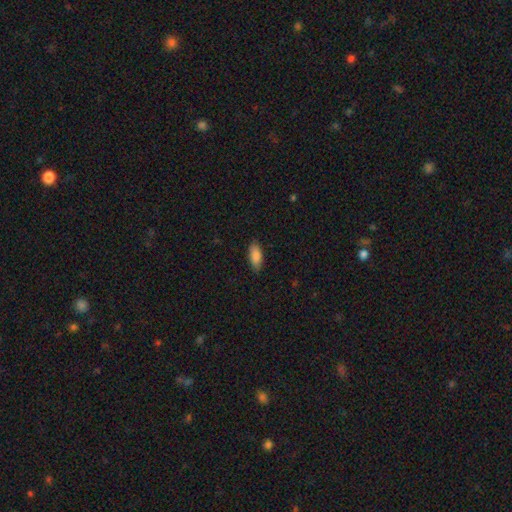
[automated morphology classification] smooth_or_featured: smooth (p=0.85) [alt: featured or disk p=0.09]
how_rounded: in between (p=0.83) [alt: cigar-shaped p=0.15]
merging: none (p=0.86) [alt: minor disturbance p=0.11]